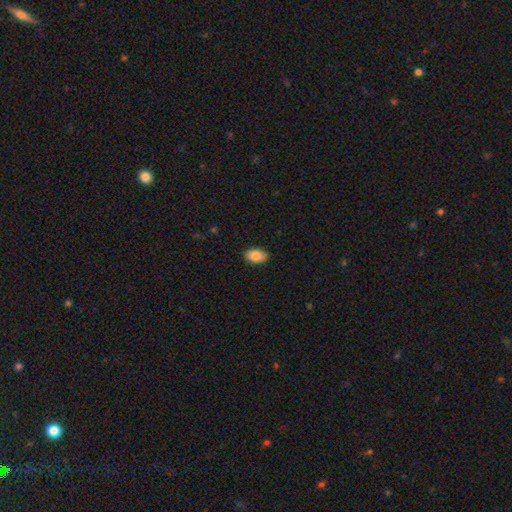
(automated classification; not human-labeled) This appears to be a smooth galaxy with no disk features (88%) that is in between round and cigar-shaped (93%). Merging: none (87%).